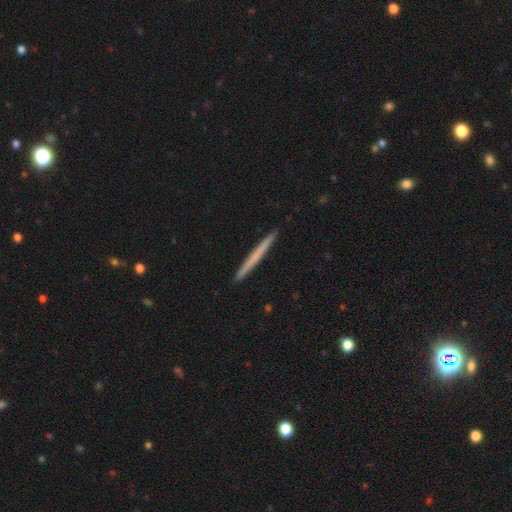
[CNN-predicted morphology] Overall: smooth (57%; featured or disk 38%). How rounded: cigar-shaped (97%). Merging: none (93%).